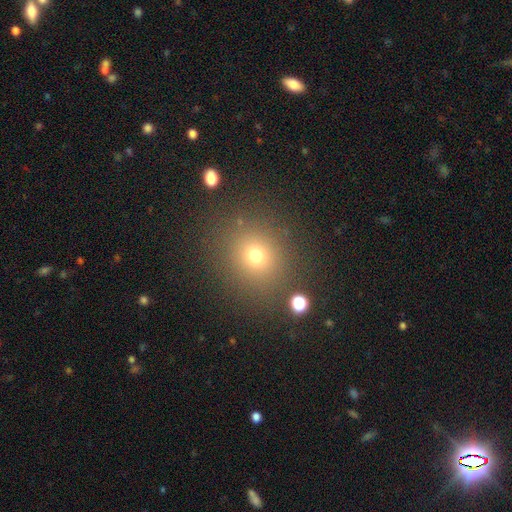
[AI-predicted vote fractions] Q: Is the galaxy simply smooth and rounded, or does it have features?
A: smooth — 70%.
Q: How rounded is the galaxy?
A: round — 83%.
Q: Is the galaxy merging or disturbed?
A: none — 86%.